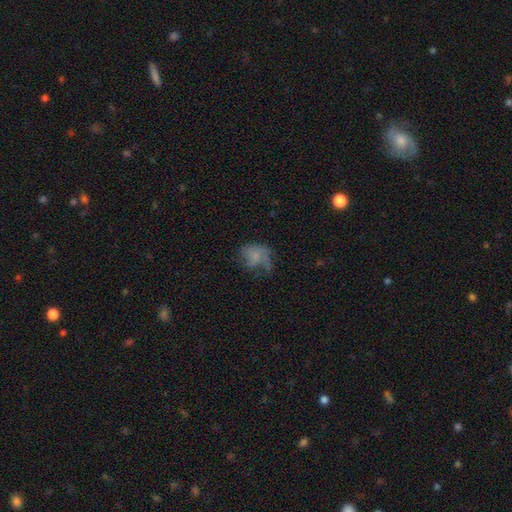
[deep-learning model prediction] Smooth or featured?
  - smooth: 50% *
  - featured or disk: 38%
  - star or artifact: 12%
Merging?
  - major disturbance: 40% *
  - none: 31%
  - minor disturbance: 25%
  - merger: 3%